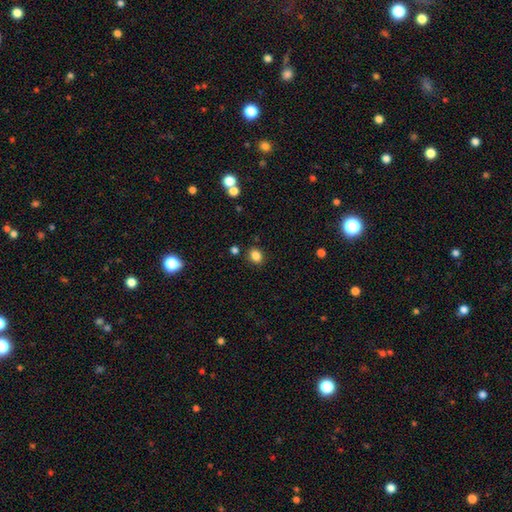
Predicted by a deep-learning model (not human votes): Smooth or featured: smooth — 84% (star or artifact — 12%)
How rounded: in between — 50% (round — 49%)
Merging: none — 84% (minor disturbance — 9%)